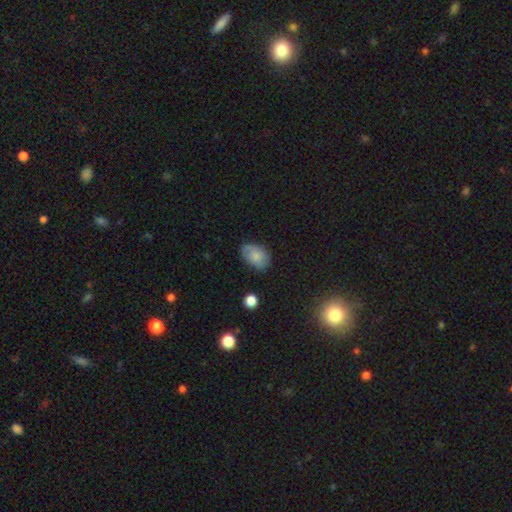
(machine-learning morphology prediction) Smooth or featured?
  - smooth: 67% *
  - featured or disk: 24%
  - star or artifact: 8%
How rounded?
  - in between: 81% *
  - round: 18%
  - cigar-shaped: 1%
Merging?
  - none: 67% *
  - minor disturbance: 25%
  - major disturbance: 6%
  - merger: 2%